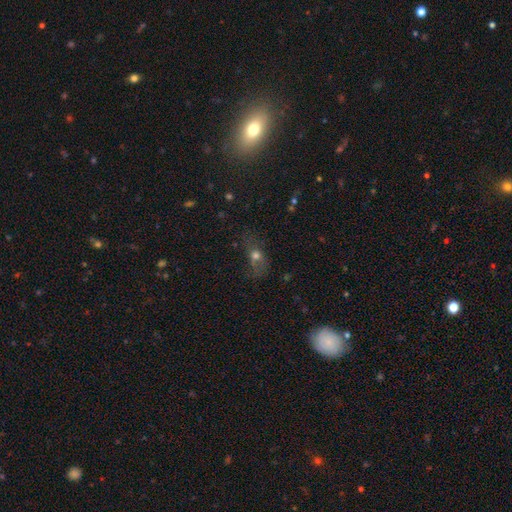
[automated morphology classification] smooth 56%, featured or disk 24%, star or artifact 20%. Down the decision tree: how rounded — in between (59%); merging — none (40%).